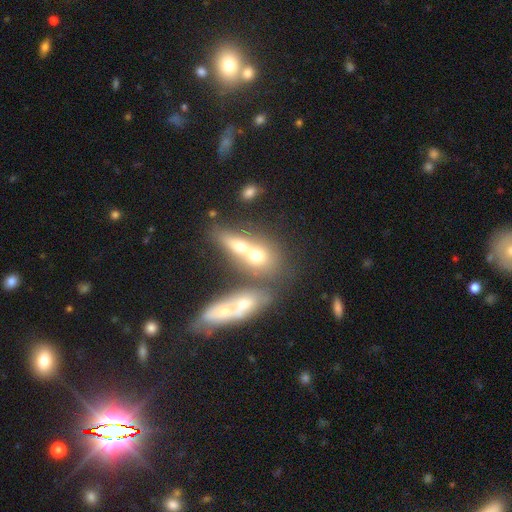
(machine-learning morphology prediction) smooth 57%, featured or disk 30%, star or artifact 13%. Down the decision tree: how rounded — in between (48%); merging — merger (64%).